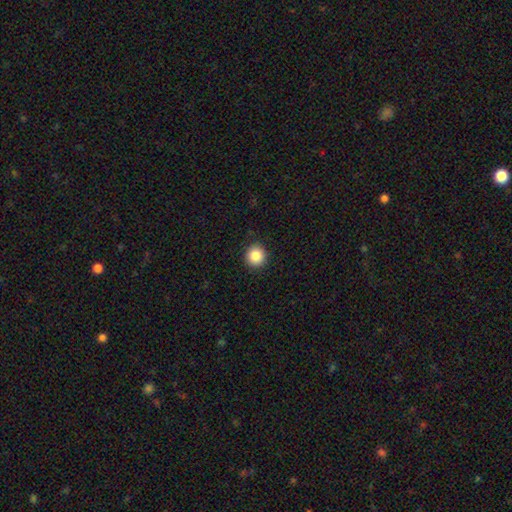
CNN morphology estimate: Q: Smooth or featured?
A: smooth (87%); runner-up: star or artifact (9%)
Q: How rounded?
A: round (93%); runner-up: in between (6%)
Q: Merging?
A: none (91%); runner-up: minor disturbance (6%)